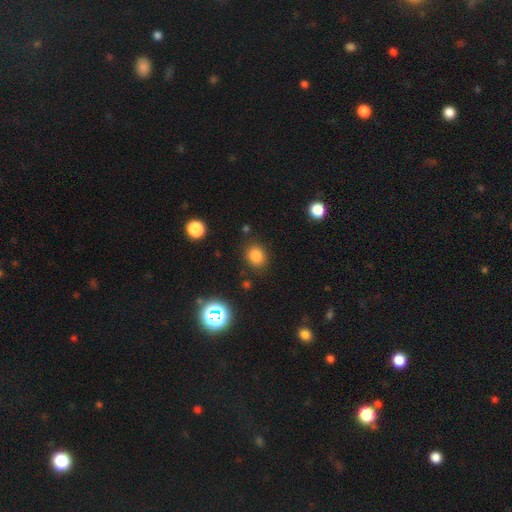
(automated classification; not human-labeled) smooth-or-featured: smooth: 80% | star or artifact: 15% | featured or disk: 5%
  how-rounded: round: 65% | in between: 34% | cigar-shaped: 1%
  merging: none: 84% | minor disturbance: 10% | major disturbance: 3% | merger: 2%